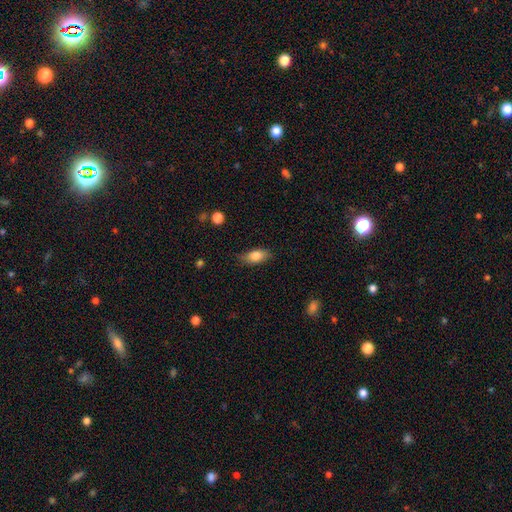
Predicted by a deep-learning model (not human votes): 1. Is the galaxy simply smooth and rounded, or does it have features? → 80% smooth, 13% featured or disk, 7% star or artifact.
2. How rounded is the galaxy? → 86% in between, 9% cigar-shaped, 6% round.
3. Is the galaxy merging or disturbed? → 77% none, 18% minor disturbance, 4% major disturbance, 1% merger.